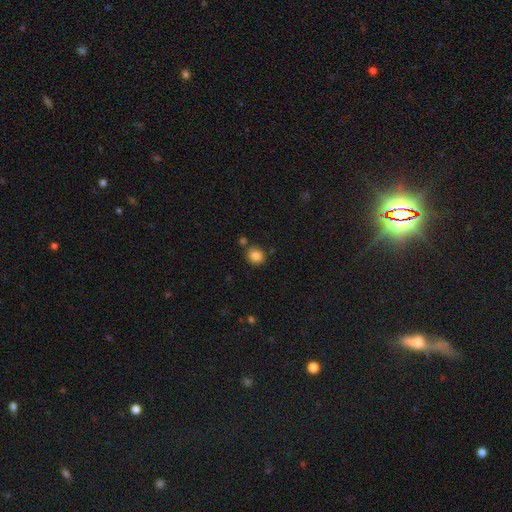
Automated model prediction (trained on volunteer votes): Smooth or featured: smooth — 85% (star or artifact — 10%)
How rounded: round — 79% (in between — 20%)
Merging: none — 78% (minor disturbance — 11%)